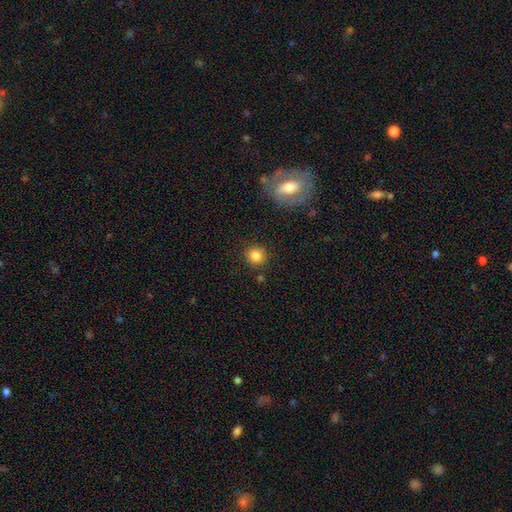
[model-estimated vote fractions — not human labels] This is clearly a smooth galaxy (84%). How rounded: clearly round (89%). Merging: clearly none (86%).